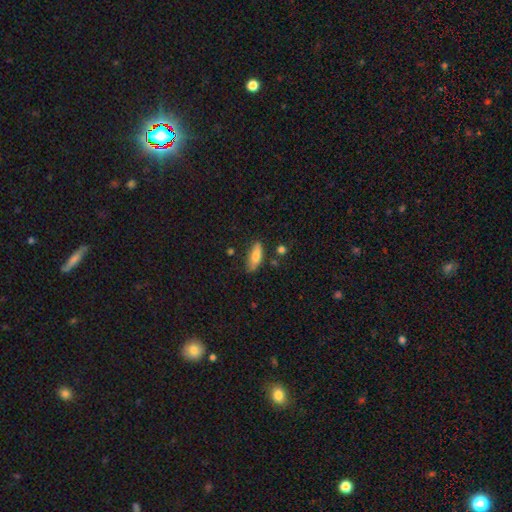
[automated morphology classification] Overall: smooth (73%). How rounded: in between (61%; cigar-shaped 37%). Merging: none (67%).